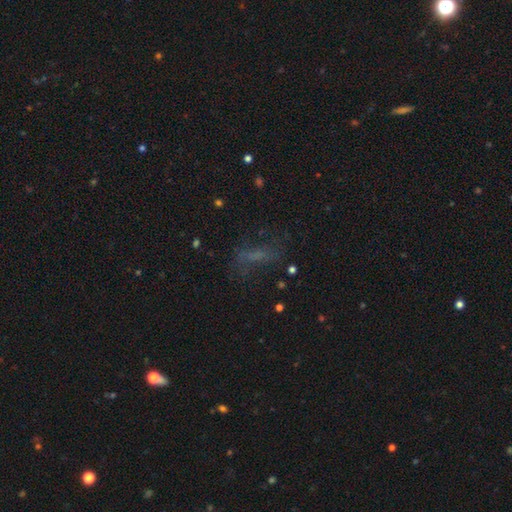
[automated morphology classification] A smooth galaxy with no disk features (42%). Merging: none (56%).